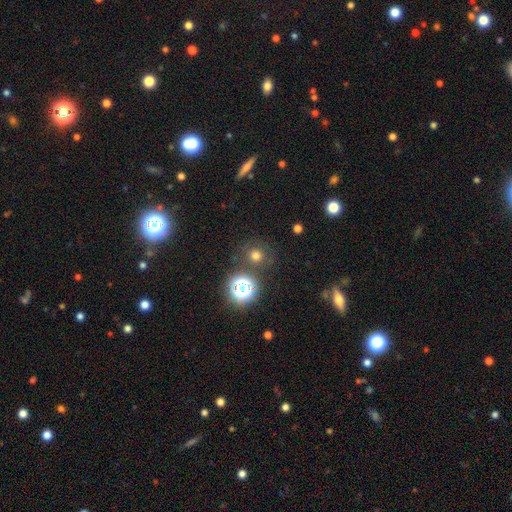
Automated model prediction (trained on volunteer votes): A smooth galaxy with no disk features (64%) that is round (89%). Merging: none (81%).